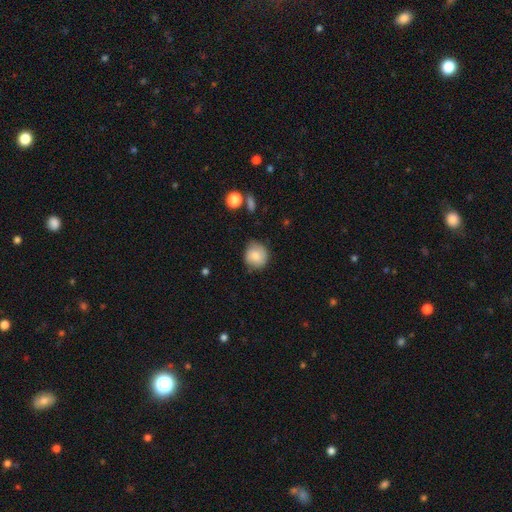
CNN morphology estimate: This appears to be a smooth galaxy with no disk features (80%) that is round (85%). Merging: none (72%).